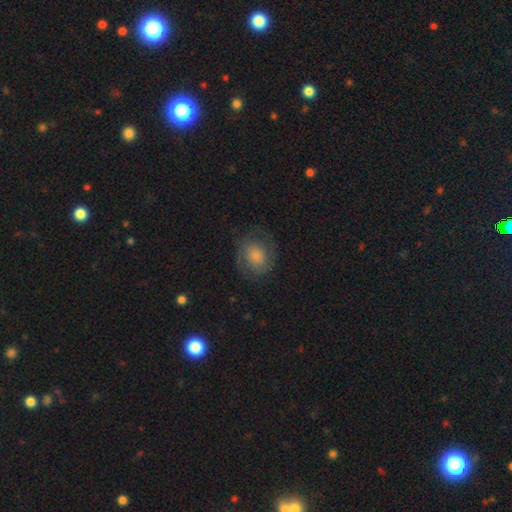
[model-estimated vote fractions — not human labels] Smooth or featured? featured or disk (58%)
Edge-on disk? no (97%)
Bar? no (73%)
Spiral arms? yes (88%)
Bulge size? moderate (35%)
Merging? none (77%)